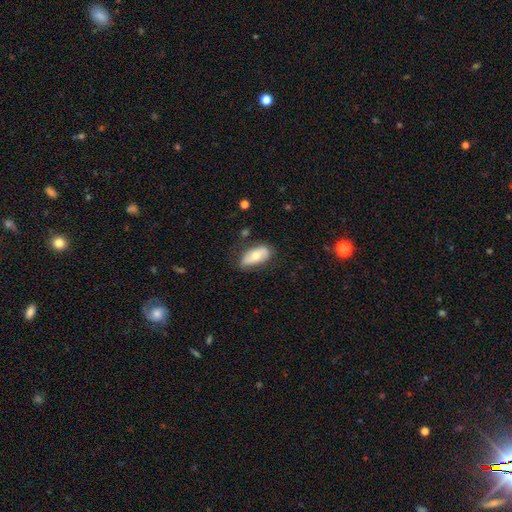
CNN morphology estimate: smooth 61%, featured or disk 33%, star or artifact 6%. Down the decision tree: how rounded — in between (89%); merging — none (69%).